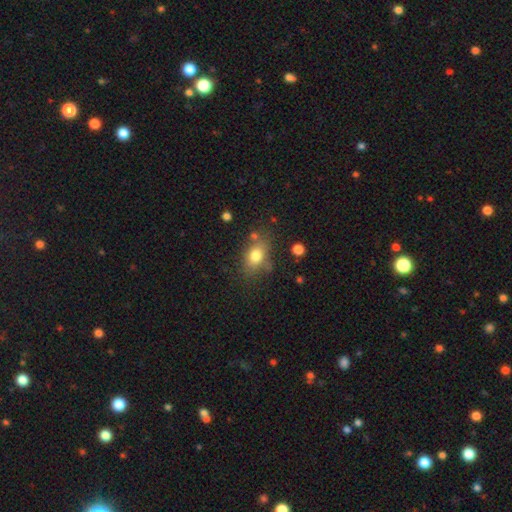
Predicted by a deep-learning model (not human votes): smooth_or_featured: smooth (p=0.77) [alt: featured or disk p=0.12]
how_rounded: in between (p=0.72) [alt: round p=0.25]
merging: none (p=0.66) [alt: minor disturbance p=0.20]